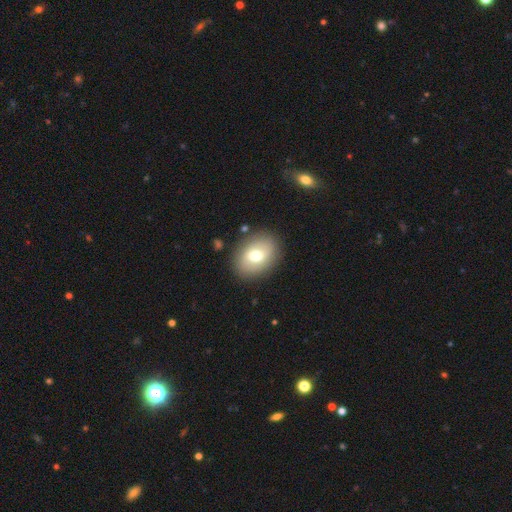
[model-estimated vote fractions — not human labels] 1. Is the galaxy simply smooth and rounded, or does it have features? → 68% smooth, 23% featured or disk, 9% star or artifact.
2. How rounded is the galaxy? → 67% in between, 32% round, 1% cigar-shaped.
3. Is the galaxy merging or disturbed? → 85% none, 10% minor disturbance, 3% major disturbance, 2% merger.